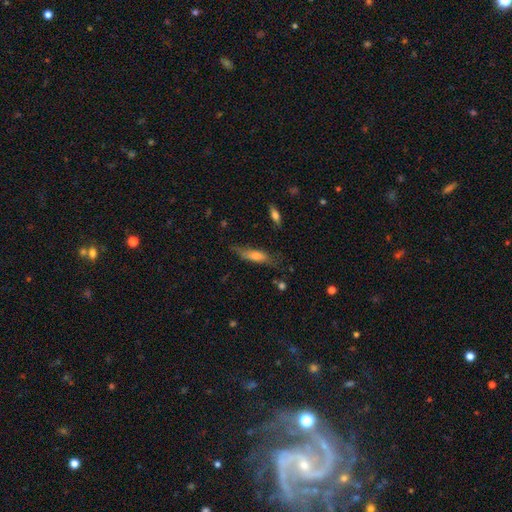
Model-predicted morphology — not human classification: type=smooth (57%); roundness=cigar-shaped (61%); merging=none (57%).